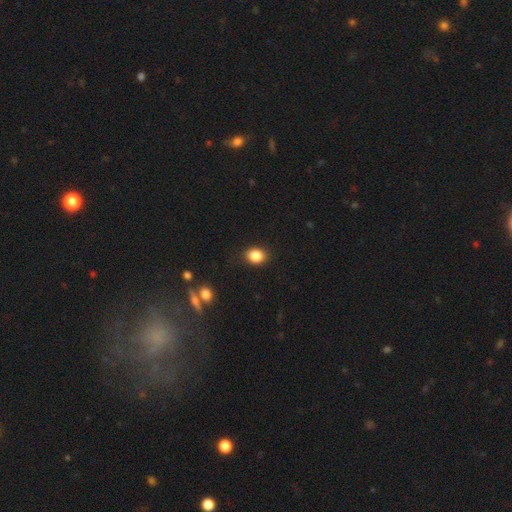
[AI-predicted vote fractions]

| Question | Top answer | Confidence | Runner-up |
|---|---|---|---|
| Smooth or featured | smooth | 86% | star or artifact (10%) |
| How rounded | in between | 54% | round (45%) |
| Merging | none | 88% | minor disturbance (9%) |